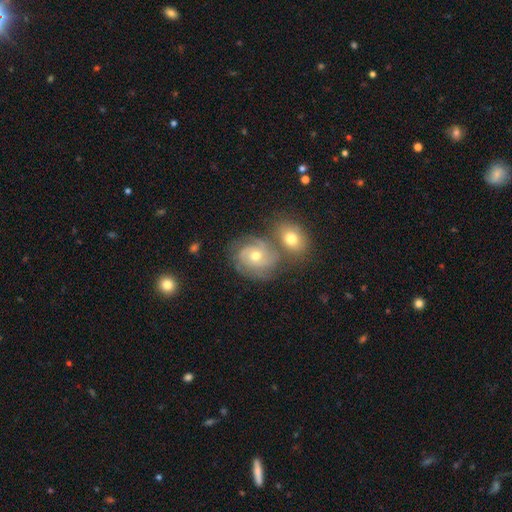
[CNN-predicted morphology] A featured or disk galaxy (73%) with no bar (79%), 3 (40%) tight (58%) spiral arms (93%) and a moderate central bulge (62%). Merging: none (54%).